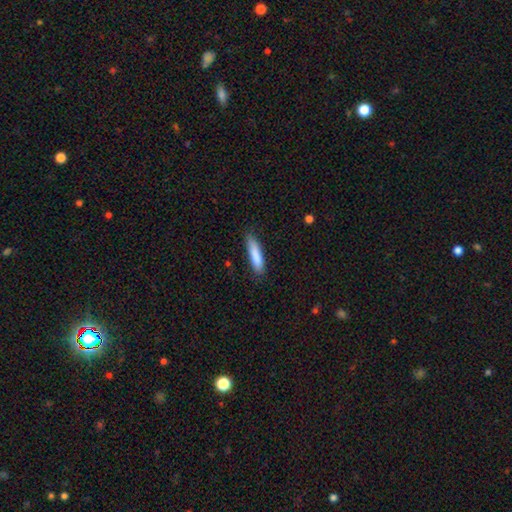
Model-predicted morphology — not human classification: smooth-or-featured: smooth: 86% | featured or disk: 8% | star or artifact: 6%
  how-rounded: cigar-shaped: 76% | in between: 23% | round: 1%
  merging: none: 81% | minor disturbance: 15% | major disturbance: 3% | merger: 1%